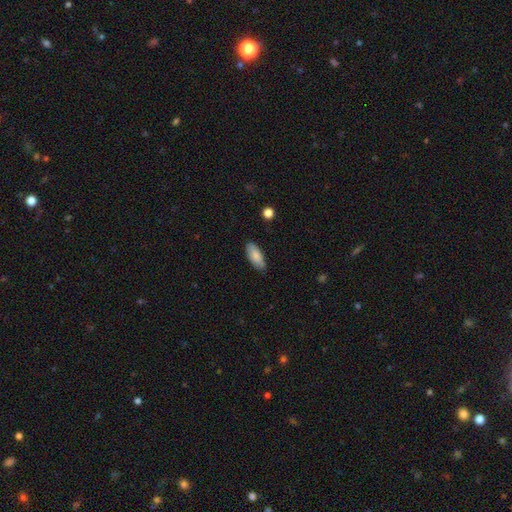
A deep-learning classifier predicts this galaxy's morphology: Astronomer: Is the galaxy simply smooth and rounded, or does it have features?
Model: smooth — 84%.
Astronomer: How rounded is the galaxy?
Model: in between — 82%.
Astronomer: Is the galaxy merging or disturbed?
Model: none — 84%.